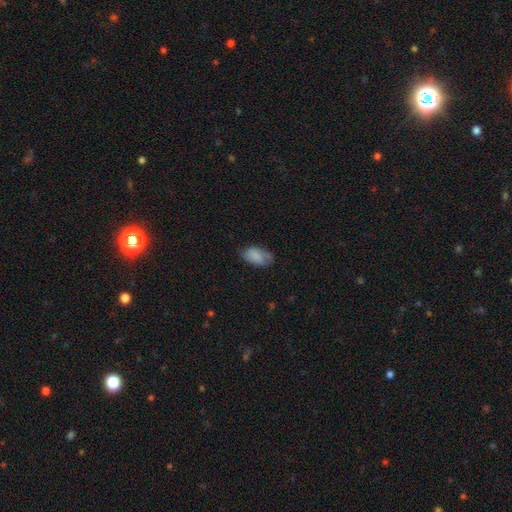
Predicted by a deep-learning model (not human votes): Smooth or featured? Predicted: smooth (p=0.80). How rounded? Predicted: in between (p=0.93). Merging? Predicted: none (p=0.63).